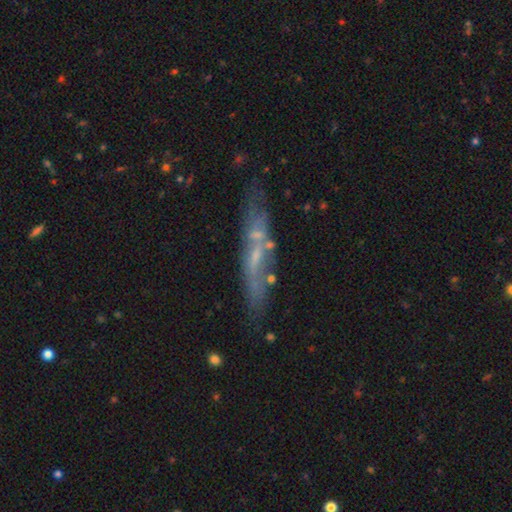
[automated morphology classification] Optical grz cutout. It shows a featured or disk galaxy (55%) viewed edge-on (64%). Merging: none (71%).